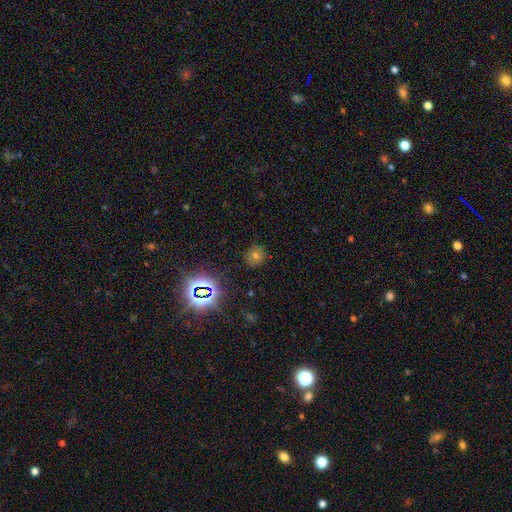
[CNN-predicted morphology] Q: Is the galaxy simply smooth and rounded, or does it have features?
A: smooth — 57%.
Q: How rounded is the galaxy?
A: round — 87%.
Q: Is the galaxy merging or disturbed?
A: none — 85%.